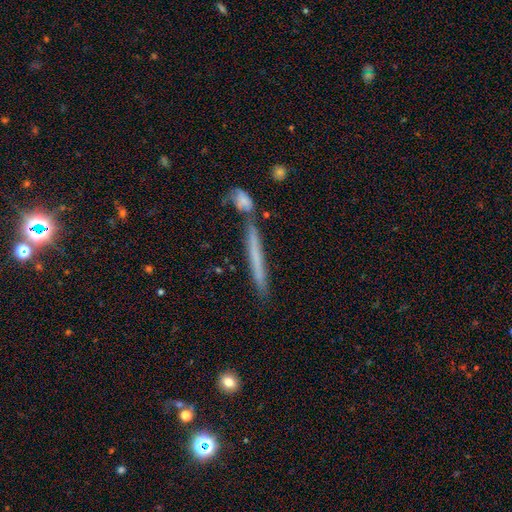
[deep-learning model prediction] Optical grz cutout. It shows a smooth galaxy with no disk features (50%). Merging: none (79%).